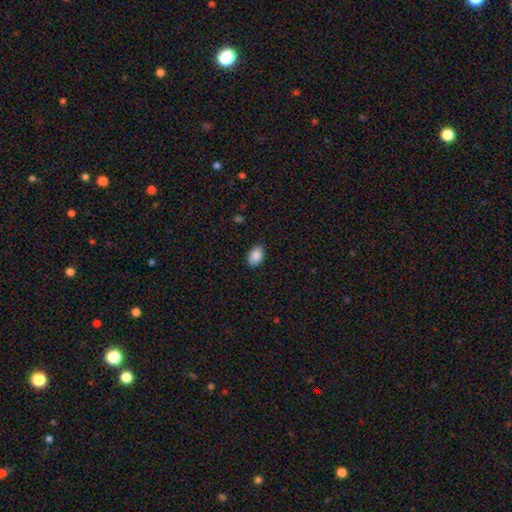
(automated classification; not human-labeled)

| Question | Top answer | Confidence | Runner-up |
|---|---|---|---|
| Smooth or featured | smooth | 88% | star or artifact (8%) |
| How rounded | in between | 88% | round (11%) |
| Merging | none | 80% | minor disturbance (16%) |